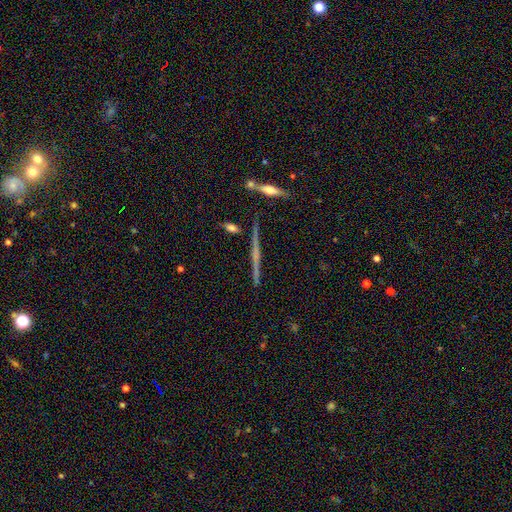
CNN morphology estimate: featured or disk 71%, smooth 19%, star or artifact 10%. Down the decision tree: edge-on disk — yes (98%); edge-on bulge — none (51%); merging — none (87%).